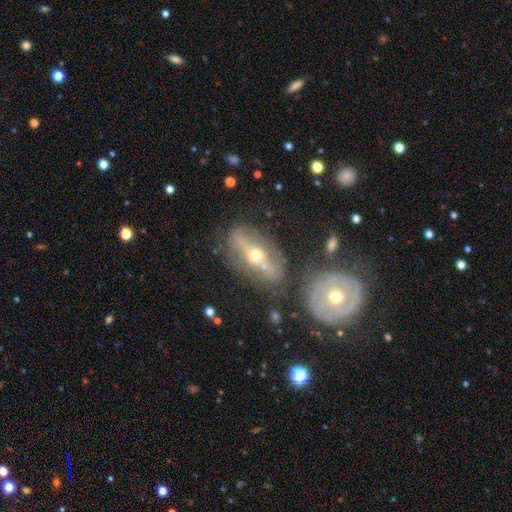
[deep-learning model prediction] Smooth or featured? Predicted: featured or disk (p=0.71). Edge-on disk? Predicted: no (p=0.60). Merging? Predicted: none (p=0.67).